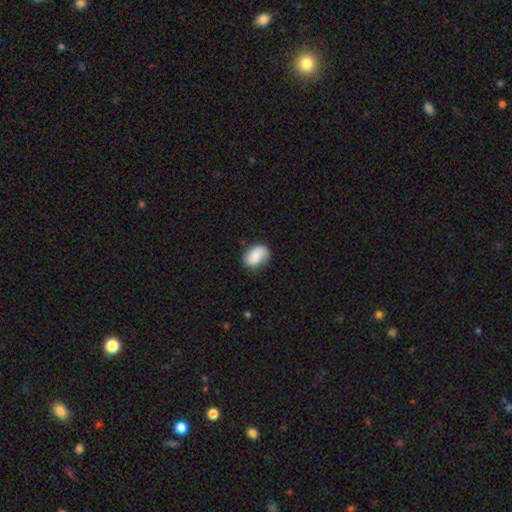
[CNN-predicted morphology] type=smooth (81%); roundness=in between (82%); merging=none (75%).